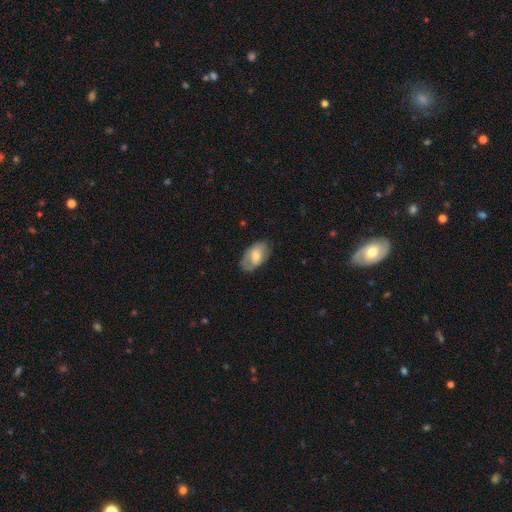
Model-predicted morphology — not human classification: A smooth galaxy with no disk features (60%) that is in between round and cigar-shaped (91%). Merging: none (65%).